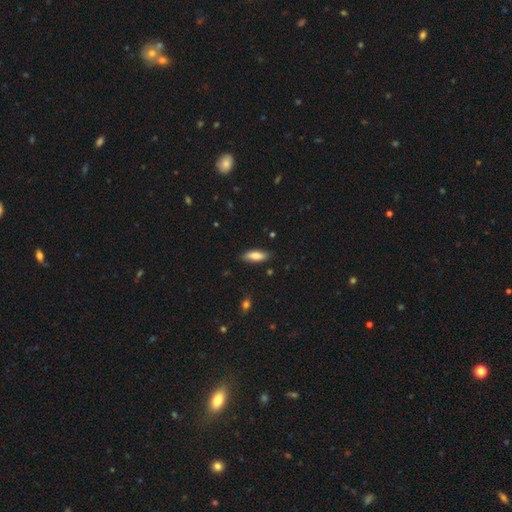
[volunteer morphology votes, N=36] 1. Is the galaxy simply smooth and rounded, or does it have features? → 89% smooth, 8% star or artifact, 3% featured or disk.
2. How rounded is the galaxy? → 81% in between, 19% cigar-shaped, 0% round.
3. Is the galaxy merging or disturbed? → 82% none, 15% minor disturbance, 3% merger, 0% major disturbance.